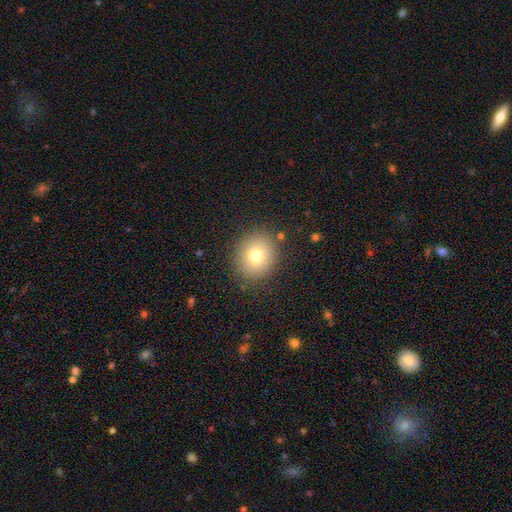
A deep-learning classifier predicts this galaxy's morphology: The model was most divided on "smooth or featured": smooth: 74%, star or artifact: 13%, featured or disk: 13%. More confident: merging — none (86%); how rounded — round (80%).